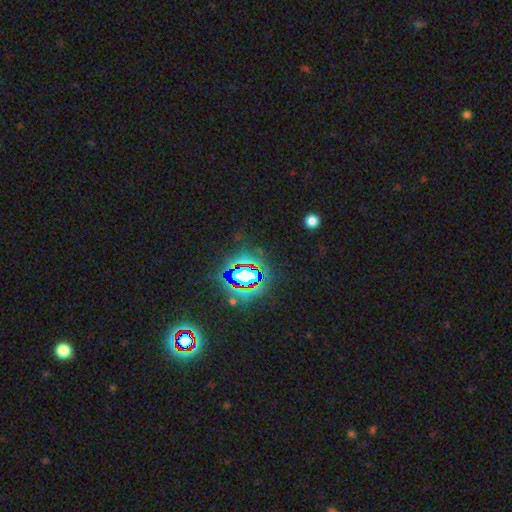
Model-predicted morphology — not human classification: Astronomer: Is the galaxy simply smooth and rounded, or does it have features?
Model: star or artifact — 81%.